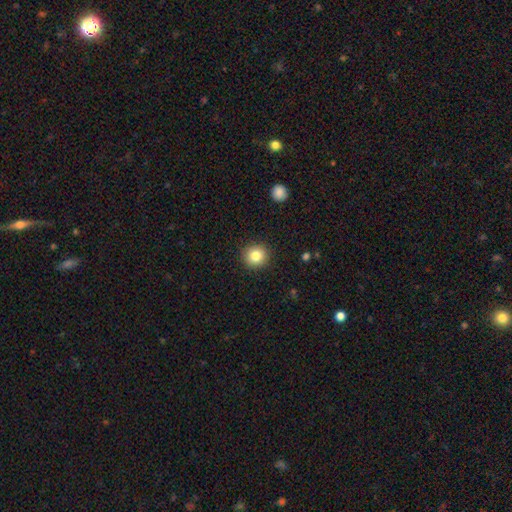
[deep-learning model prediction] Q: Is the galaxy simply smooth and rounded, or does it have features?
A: smooth — 83%.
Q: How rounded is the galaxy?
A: round — 91%.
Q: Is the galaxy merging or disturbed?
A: none — 91%.